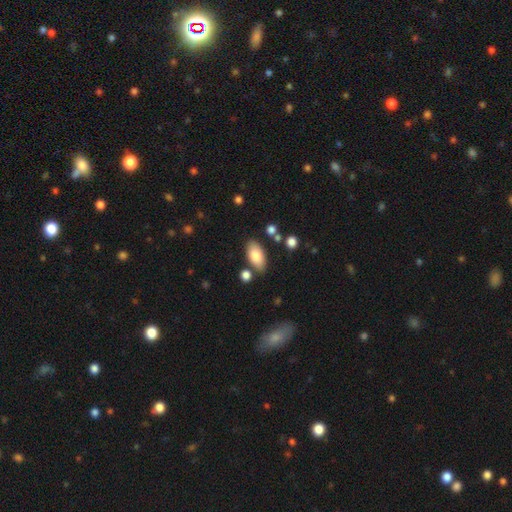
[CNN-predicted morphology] This appears to be a smooth galaxy with no disk features (82%) that is in between round and cigar-shaped (93%). Merging: none (79%).